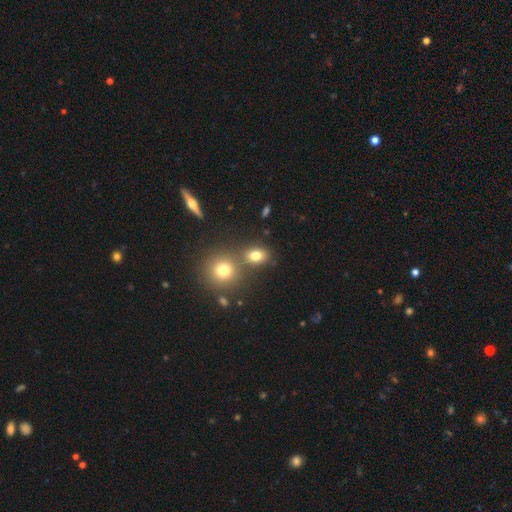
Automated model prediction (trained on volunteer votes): The model was most divided on "how rounded": in between: 59%, round: 39%, cigar-shaped: 2%. More confident: smooth or featured — smooth (76%); merging — none (64%).